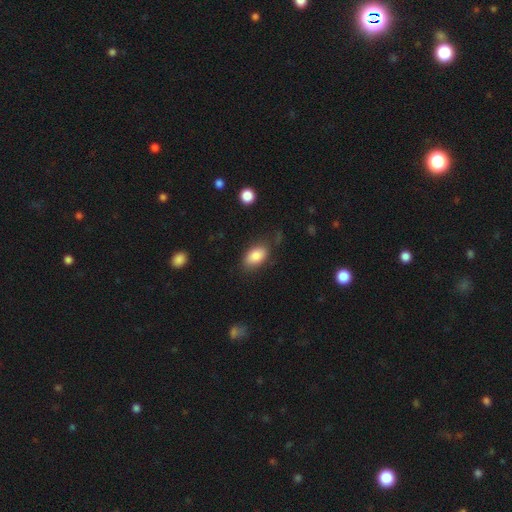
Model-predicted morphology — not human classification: Q: Smooth or featured?
A: smooth (85%); runner-up: featured or disk (8%)
Q: How rounded?
A: in between (91%); runner-up: round (7%)
Q: Merging?
A: none (75%); runner-up: minor disturbance (17%)